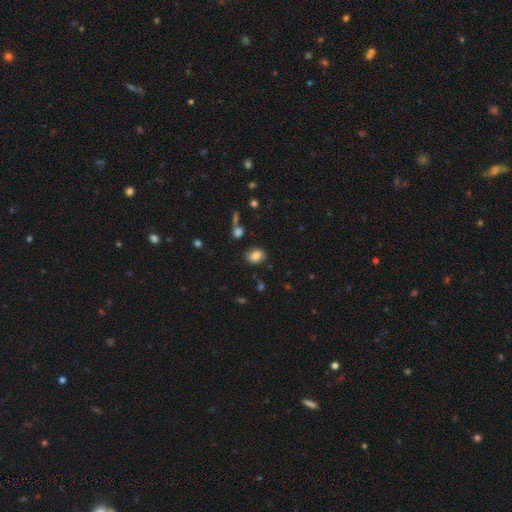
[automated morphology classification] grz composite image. It shows a smooth galaxy with no disk features (81%) that is in between round and cigar-shaped (60%). Merging: none (81%).